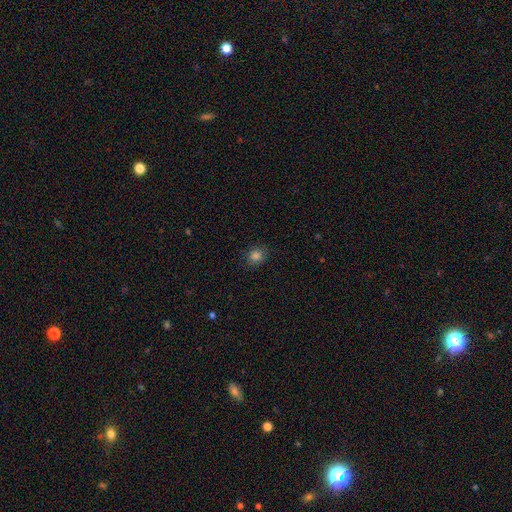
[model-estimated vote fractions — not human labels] A smooth galaxy with no disk features (82%) that is round (68%).

Vote fractions:
- Smooth or featured? smooth: 82% / star or artifact: 13% / featured or disk: 5%
- How rounded? round: 68% / in between: 31% / cigar-shaped: 1%
- Merging? none: 84% / minor disturbance: 12% / major disturbance: 3% / merger: 1%